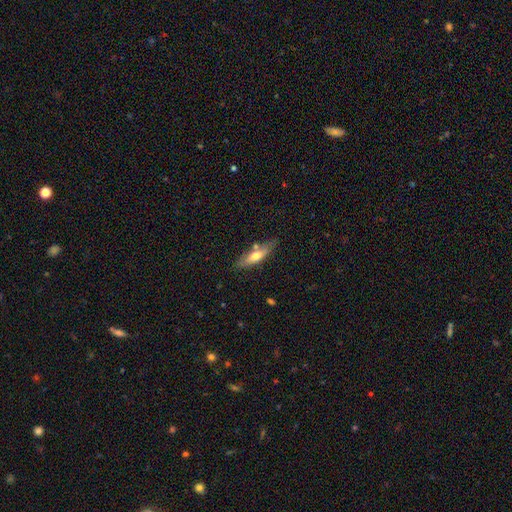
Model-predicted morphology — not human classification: Smooth or featured?
  - smooth: 56% *
  - featured or disk: 38%
  - star or artifact: 6%
How rounded?
  - cigar-shaped: 57% *
  - in between: 41%
  - round: 2%
Merging?
  - none: 70% *
  - minor disturbance: 17%
  - merger: 9%
  - major disturbance: 4%